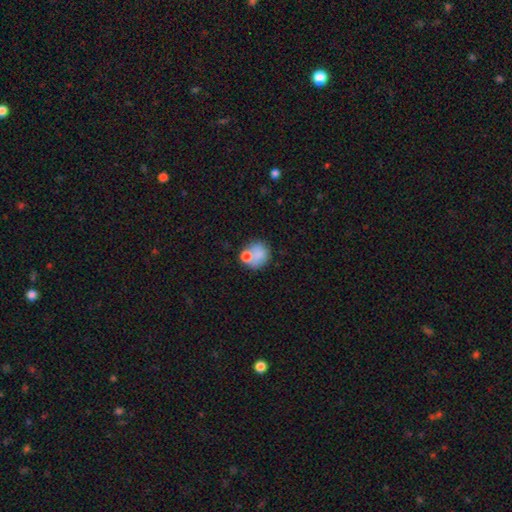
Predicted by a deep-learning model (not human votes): smooth-or-featured: smooth: 75% | featured or disk: 15% | star or artifact: 10%
  how-rounded: round: 78% | in between: 21% | cigar-shaped: 1%
  merging: none: 50% | merger: 26% | minor disturbance: 16% | major disturbance: 8%